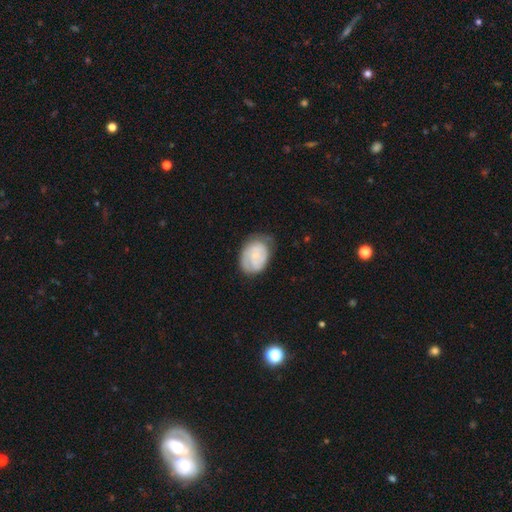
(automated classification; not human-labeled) Q: Smooth or featured?
A: featured or disk (57%); runner-up: smooth (36%)
Q: Edge-on disk?
A: no (98%); runner-up: yes (2%)
Q: Bar?
A: no (72%); runner-up: weak (24%)
Q: Spiral arms?
A: yes (83%); runner-up: no (17%)
Q: Bulge size?
A: small (62%); runner-up: moderate (18%)
Q: Merging?
A: none (60%); runner-up: minor disturbance (28%)